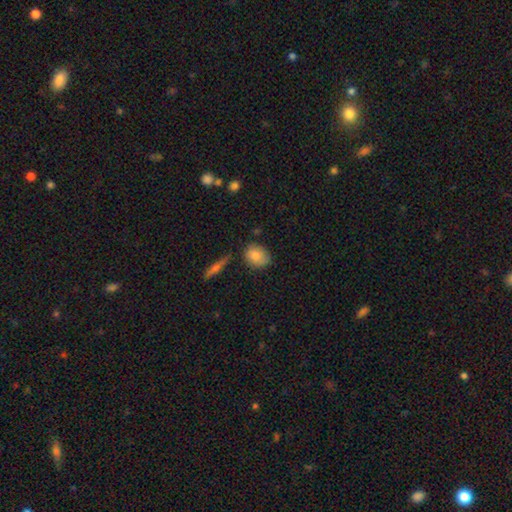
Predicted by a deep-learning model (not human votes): smooth 82%, featured or disk 11%, star or artifact 7%. Down the decision tree: how rounded — in between (55%); merging — none (70%).